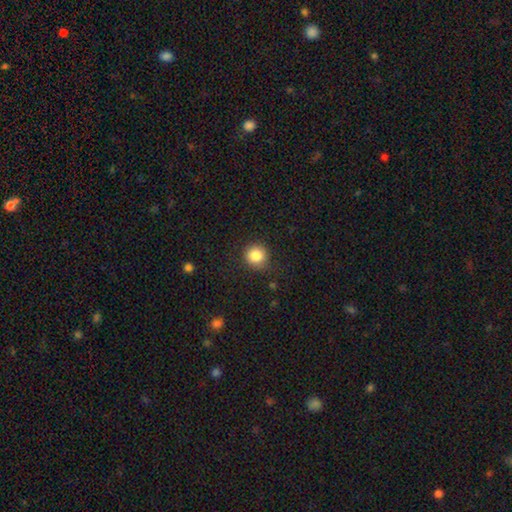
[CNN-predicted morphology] This is clearly a smooth galaxy (85%). How rounded: clearly round (90%). Merging: clearly none (85%).